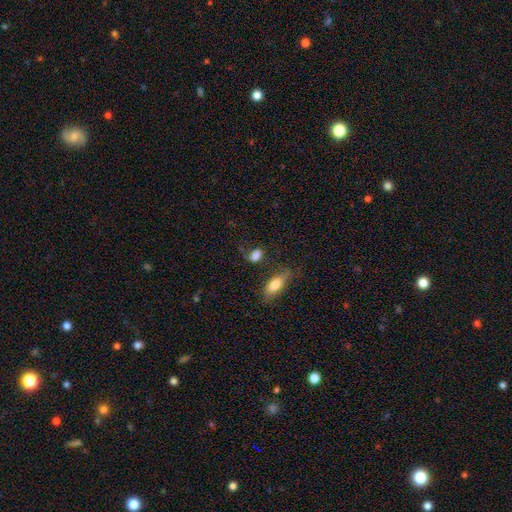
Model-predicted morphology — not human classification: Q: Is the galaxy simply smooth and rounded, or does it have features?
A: smooth — 78%.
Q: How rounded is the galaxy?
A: in between — 80%.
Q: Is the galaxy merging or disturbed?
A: none — 55%.